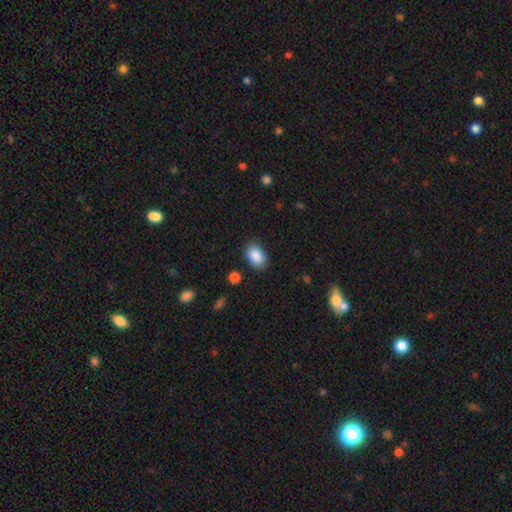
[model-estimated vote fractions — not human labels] smooth_or_featured: smooth (p=0.89) [alt: star or artifact p=0.07]
how_rounded: in between (p=0.88) [alt: round p=0.11]
merging: none (p=0.84) [alt: minor disturbance p=0.11]